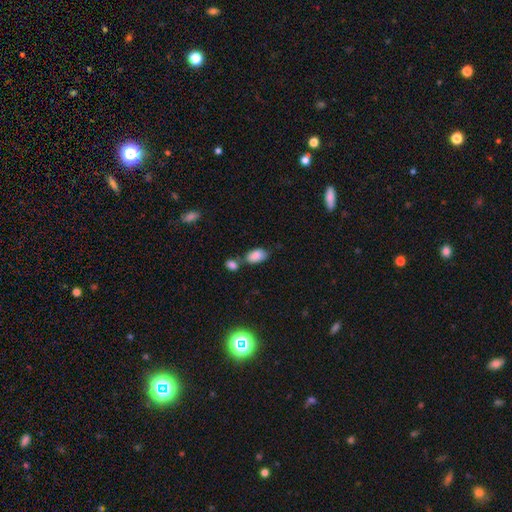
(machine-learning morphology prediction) This is clearly a smooth galaxy (86%). How rounded: clearly in between (93%). Merging: possibly none (52%).